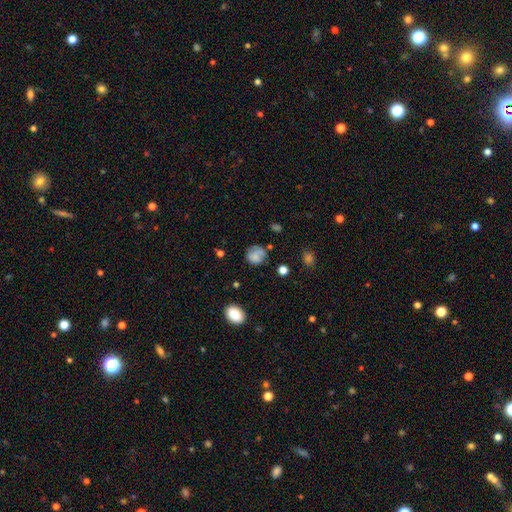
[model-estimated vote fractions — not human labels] Smooth or featured?
  - smooth: 72% *
  - featured or disk: 17%
  - star or artifact: 11%
How rounded?
  - round: 75% *
  - in between: 24%
  - cigar-shaped: 1%
Merging?
  - none: 56% *
  - minor disturbance: 26%
  - major disturbance: 12%
  - merger: 5%